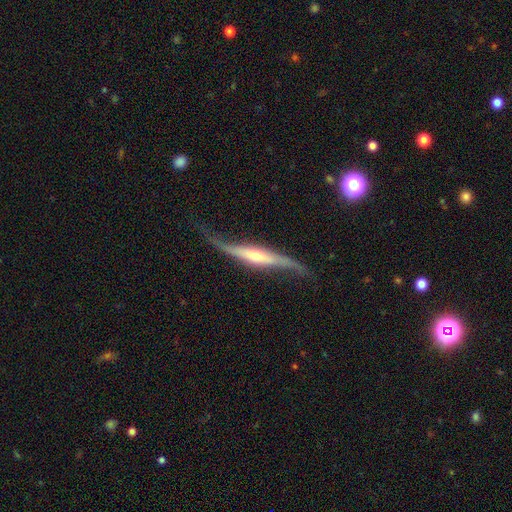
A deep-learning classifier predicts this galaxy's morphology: A featured or disk galaxy (82%) viewed edge-on (58%).

Vote fractions:
- Smooth or featured? featured or disk: 82% / smooth: 13% / star or artifact: 5%
- Edge-on disk? yes: 58% / no: 42%
- Merging? none: 58% / minor disturbance: 23% / major disturbance: 16% / merger: 3%